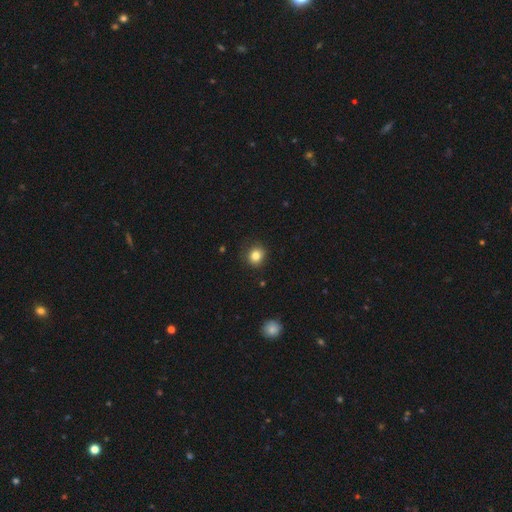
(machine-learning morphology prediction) smooth 83%, star or artifact 11%, featured or disk 5%. Down the decision tree: how rounded — round (79%); merging — none (88%).